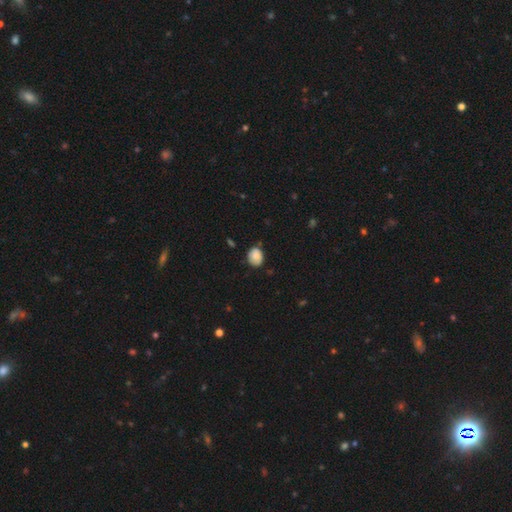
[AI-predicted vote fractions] Smooth or featured?
  - smooth: 85% *
  - star or artifact: 8%
  - featured or disk: 7%
How rounded?
  - round: 55% *
  - in between: 44%
  - cigar-shaped: 1%
Merging?
  - none: 68% *
  - minor disturbance: 25%
  - major disturbance: 4%
  - merger: 3%